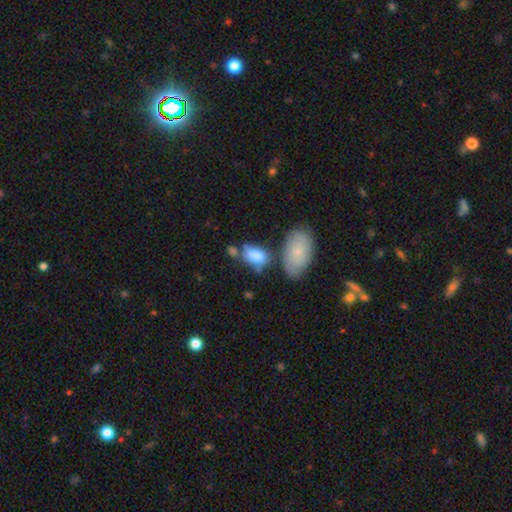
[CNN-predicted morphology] Smooth or featured? Predicted: smooth (p=0.78). How rounded? Predicted: in between (p=0.89). Merging? Predicted: none (p=0.41).